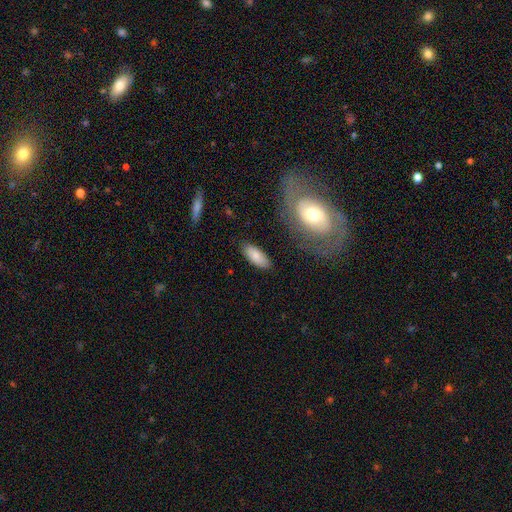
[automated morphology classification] smooth-or-featured: smooth: 79% | featured or disk: 14% | star or artifact: 7%
  how-rounded: in between: 84% | cigar-shaped: 13% | round: 2%
  merging: none: 82% | minor disturbance: 12% | merger: 3% | major disturbance: 3%